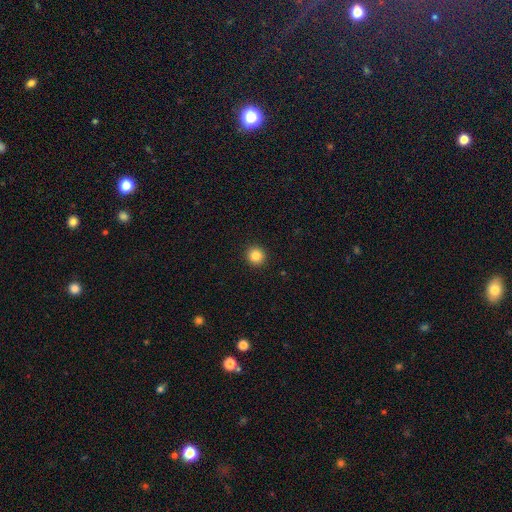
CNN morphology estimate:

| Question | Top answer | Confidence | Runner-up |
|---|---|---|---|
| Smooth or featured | smooth | 84% | star or artifact (11%) |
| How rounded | round | 94% | in between (5%) |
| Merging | none | 93% | minor disturbance (4%) |